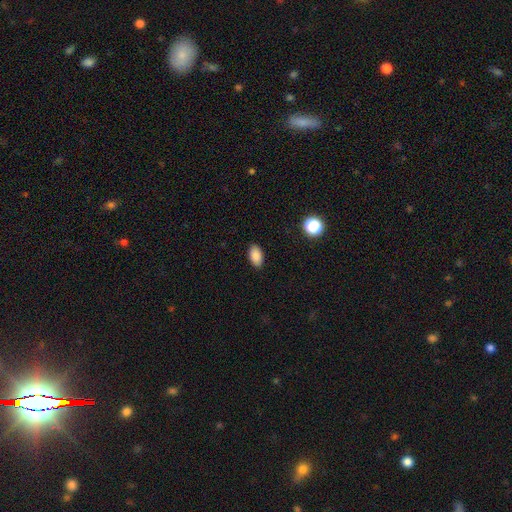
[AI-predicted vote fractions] smooth_or_featured: smooth (p=0.88) [alt: star or artifact p=0.09]
how_rounded: in between (p=0.92) [alt: round p=0.06]
merging: none (p=0.89) [alt: minor disturbance p=0.08]